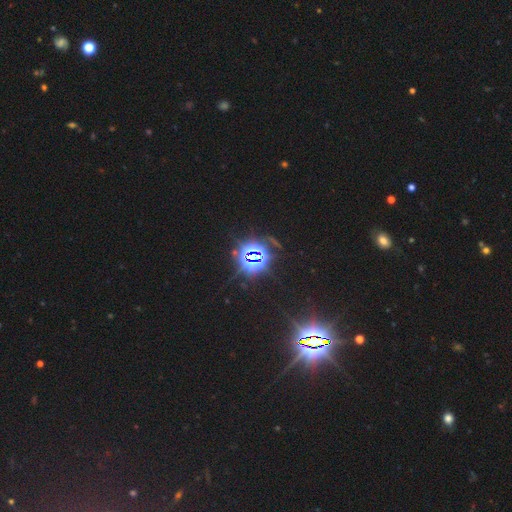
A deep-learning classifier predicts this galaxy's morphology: smooth-or-featured: star or artifact: 84% | smooth: 8% | featured or disk: 8%